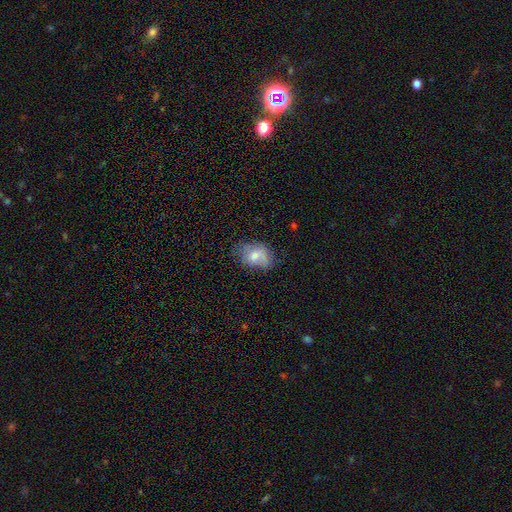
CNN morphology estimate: smooth_or_featured: smooth (p=0.67) [alt: featured or disk p=0.24]
how_rounded: in between (p=0.75) [alt: round p=0.24]
merging: none (p=0.52) [alt: minor disturbance p=0.33]